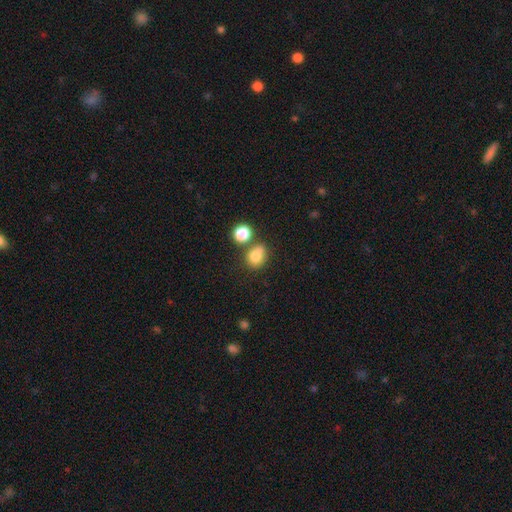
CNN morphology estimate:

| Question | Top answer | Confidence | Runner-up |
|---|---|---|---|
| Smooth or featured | smooth | 79% | star or artifact (12%) |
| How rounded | round | 64% | in between (35%) |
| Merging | none | 53% | merger (28%) |